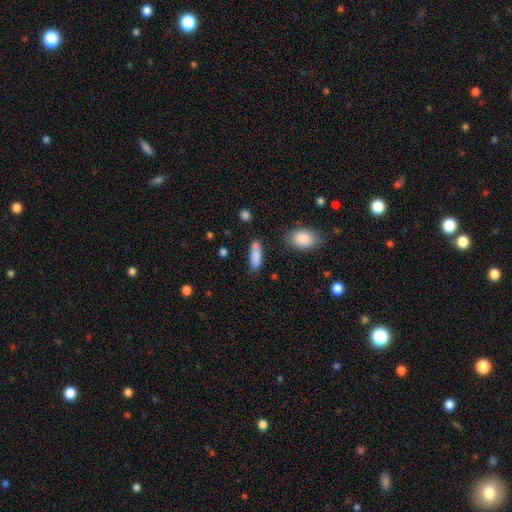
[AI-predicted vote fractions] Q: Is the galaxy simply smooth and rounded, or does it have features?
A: smooth — 84%.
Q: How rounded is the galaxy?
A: in between — 60%.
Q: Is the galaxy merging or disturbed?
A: none — 66%.